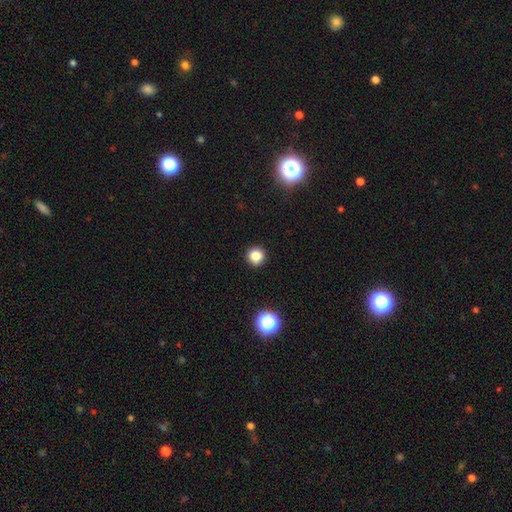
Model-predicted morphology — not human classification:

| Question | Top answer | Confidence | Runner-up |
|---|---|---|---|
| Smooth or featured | smooth | 82% | star or artifact (13%) |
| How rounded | round | 93% | in between (6%) |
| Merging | none | 91% | minor disturbance (6%) |